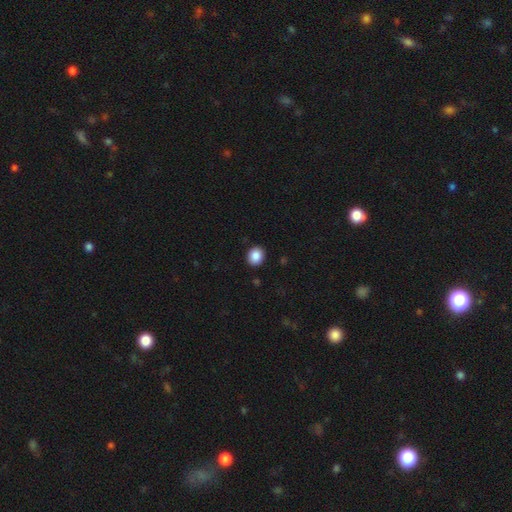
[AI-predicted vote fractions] A smooth galaxy with no disk features (88%) that is round (71%). Merging: none (91%).